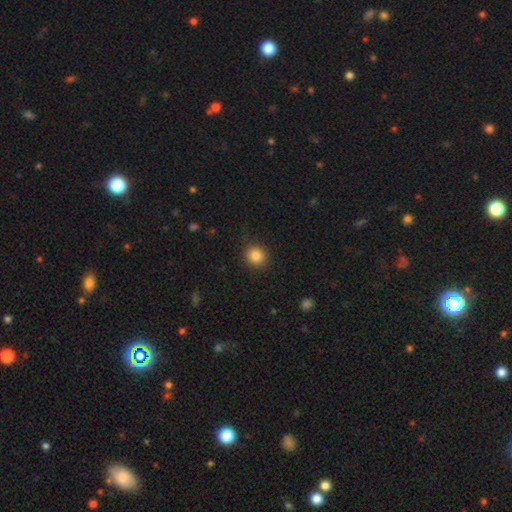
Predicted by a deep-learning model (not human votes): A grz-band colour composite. It shows a smooth galaxy with no disk features (84%) that is round (81%). Merging: none (87%).